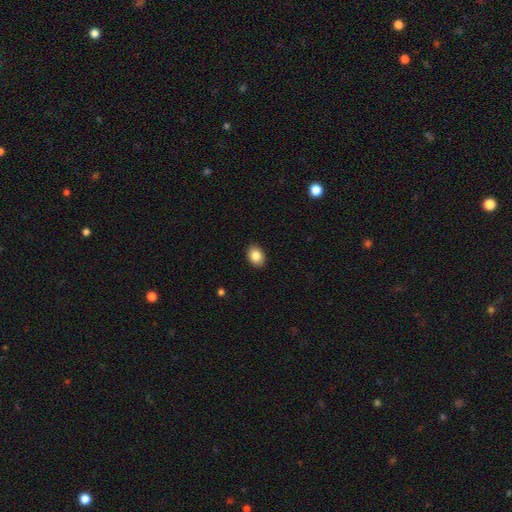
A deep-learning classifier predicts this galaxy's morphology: smooth 85%, star or artifact 8%, featured or disk 6%. Down the decision tree: how rounded — in between (70%); merging — none (90%).